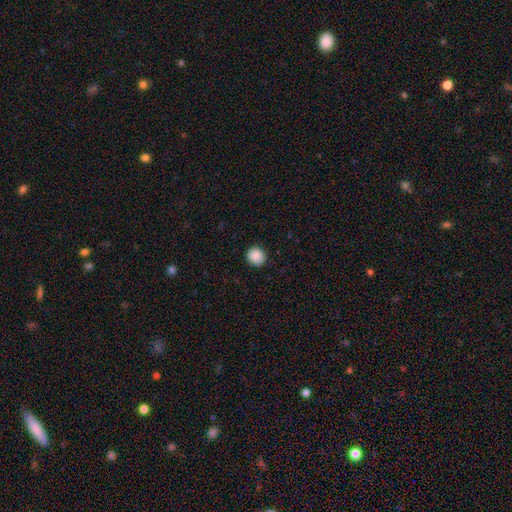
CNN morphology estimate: The model was most divided on "how rounded": round: 89%, in between: 10%, cigar-shaped: 1%. More confident: merging — none (90%); smooth or featured — smooth (89%).